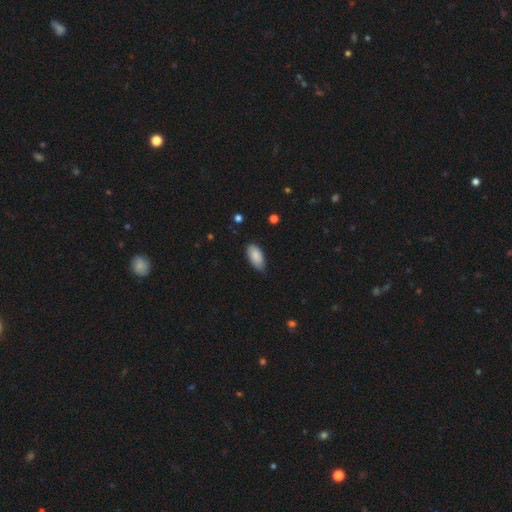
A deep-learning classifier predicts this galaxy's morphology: A smooth galaxy with no disk features (87%) that is in between round and cigar-shaped (93%). Merging: none (76%).